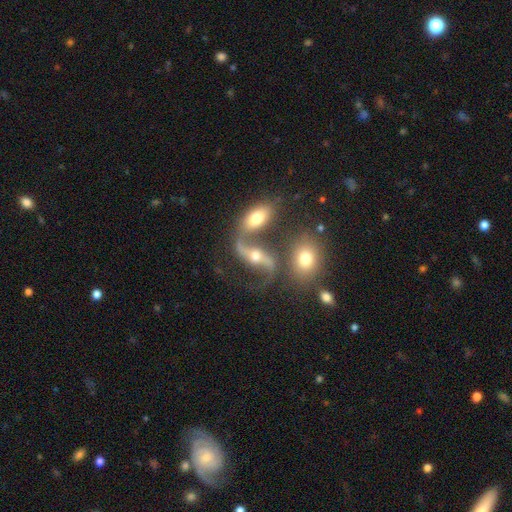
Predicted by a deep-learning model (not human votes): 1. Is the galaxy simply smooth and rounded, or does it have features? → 80% featured or disk, 12% smooth, 8% star or artifact.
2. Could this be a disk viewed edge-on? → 93% no, 7% yes.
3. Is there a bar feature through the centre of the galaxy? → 40% no, 31% strong, 29% weak.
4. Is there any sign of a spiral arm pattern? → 92% yes, 8% no.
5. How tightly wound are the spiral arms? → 82% loose, 14% medium, 4% tight.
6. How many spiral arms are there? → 93% 2, 3% 1, 2% can't tell, 1% 3, 1% 4, 1% more than 4.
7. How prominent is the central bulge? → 61% moderate, 28% small, 7% large, 2% none, 2% dominant.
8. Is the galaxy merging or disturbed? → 51% none, 25% merger, 14% minor disturbance, 10% major disturbance.